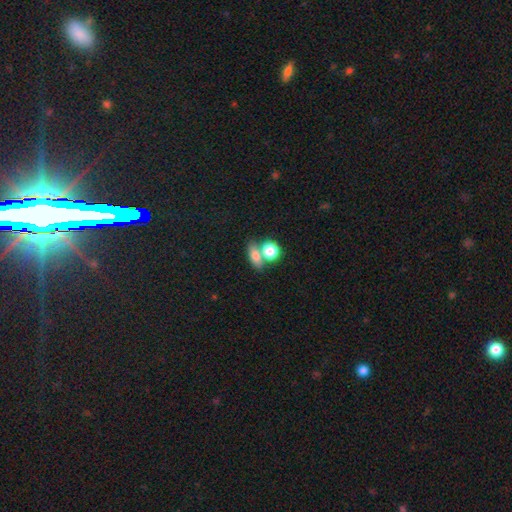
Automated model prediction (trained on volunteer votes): smooth_or_featured: smooth (p=0.76) [alt: featured or disk p=0.13]
how_rounded: in between (p=0.62) [alt: round p=0.28]
merging: none (p=0.44) [alt: merger p=0.41]